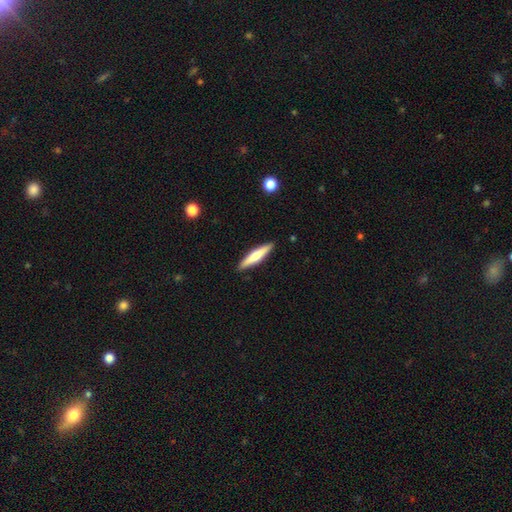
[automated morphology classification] type=smooth (52%); roundness=cigar-shaped (88%); merging=none (90%).